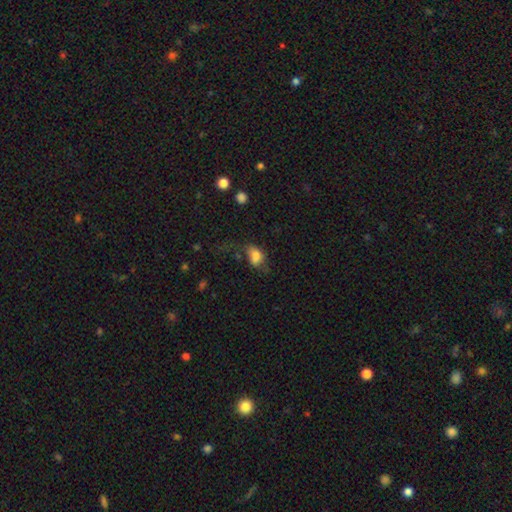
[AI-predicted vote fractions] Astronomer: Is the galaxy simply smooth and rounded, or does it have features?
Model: smooth — 72%.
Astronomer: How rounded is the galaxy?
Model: in between — 82%.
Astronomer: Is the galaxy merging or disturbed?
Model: major disturbance — 37% (runner-up: none, 30%).